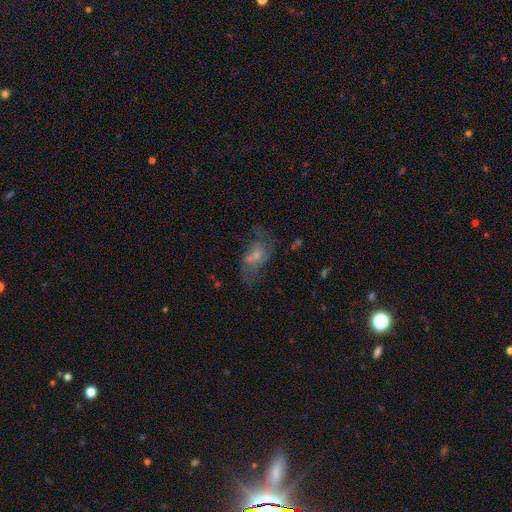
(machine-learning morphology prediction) Smooth or featured? featured or disk (59%)
Edge-on disk? no (95%)
Bar? no (64%)
Spiral arms? yes (68%)
Bulge size? small (57%)
Merging? none (44%)